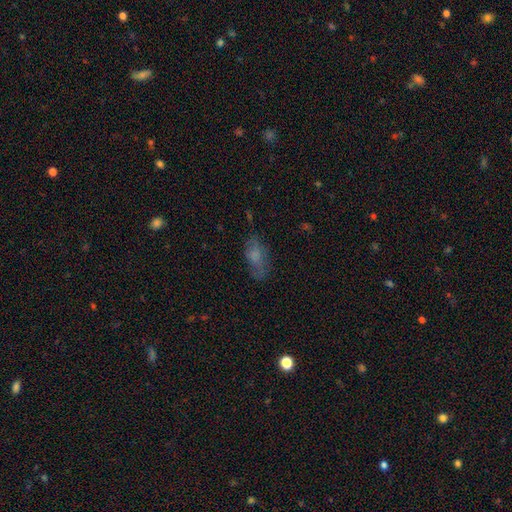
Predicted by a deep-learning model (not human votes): Smooth or featured: smooth — 65% (featured or disk — 23%)
How rounded: in between — 82% (cigar-shaped — 13%)
Merging: none — 63% (minor disturbance — 23%)